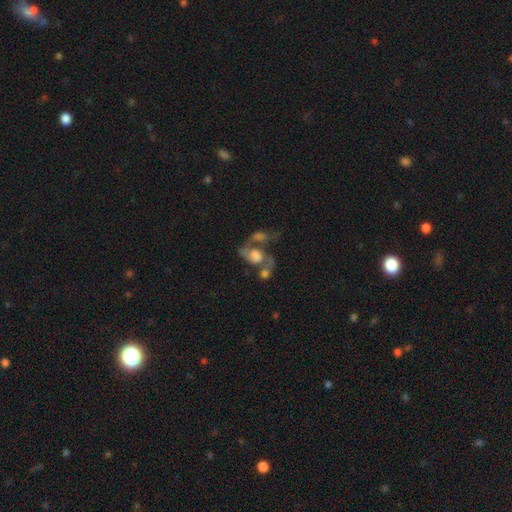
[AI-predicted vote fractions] Overall: featured or disk (59%; smooth 30%). Edge-on disk: no (96%). Bar: no (73%). Spiral arms: yes (66%; no 34%). Bulge size: large (37%; moderate 26%). Merging: merger (56%; none 17%).